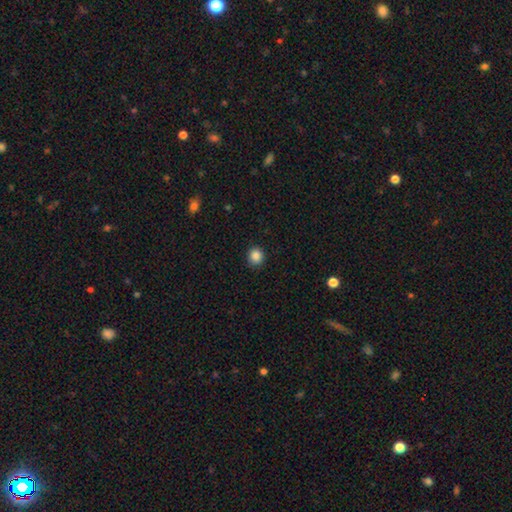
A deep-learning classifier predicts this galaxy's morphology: Smooth or featured? smooth (86%)
How rounded? round (88%)
Merging? none (90%)